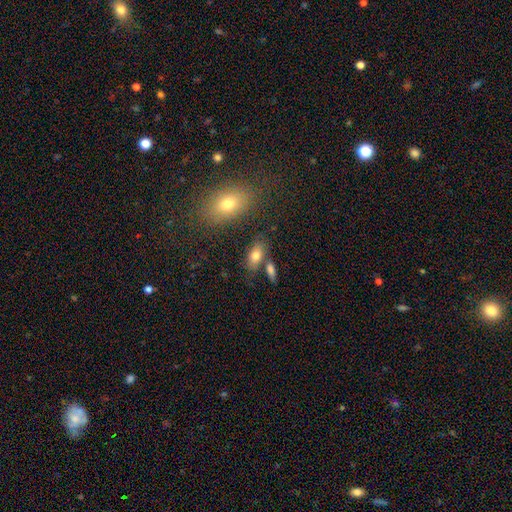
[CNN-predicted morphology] Smooth or featured? Predicted: smooth (p=0.78). How rounded? Predicted: in between (p=0.87). Merging? Predicted: none (p=0.68).